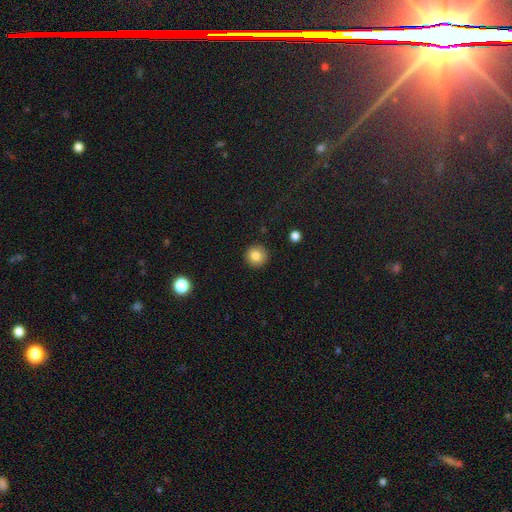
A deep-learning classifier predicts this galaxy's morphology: smooth_or_featured: smooth (p=0.83) [alt: star or artifact p=0.10]
how_rounded: round (p=0.95) [alt: in between p=0.04]
merging: none (p=0.91) [alt: minor disturbance p=0.06]